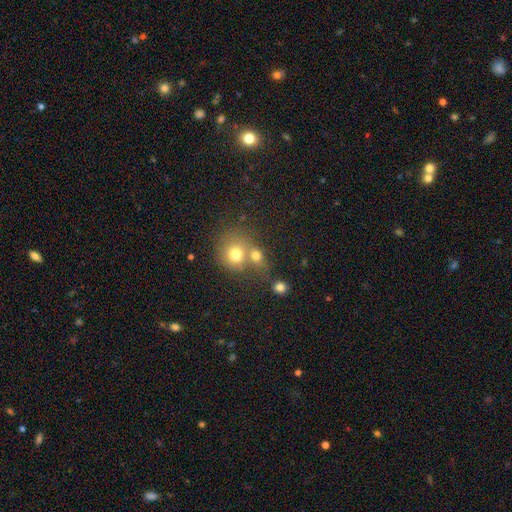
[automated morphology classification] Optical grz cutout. It shows a smooth galaxy with no disk features (73%) that is round (70%). Merging: merger (51%).